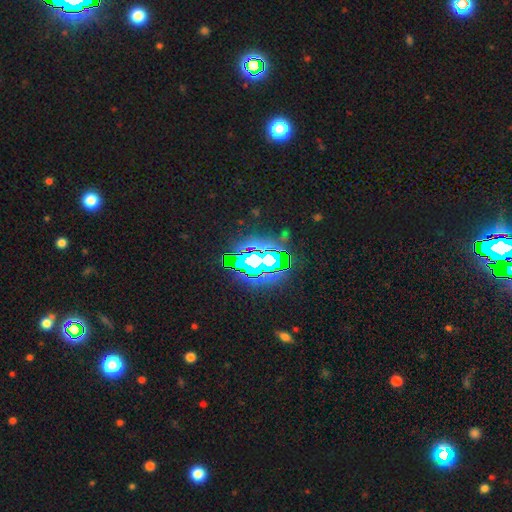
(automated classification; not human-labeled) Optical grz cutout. It shows a star or artifact, not a galaxy (72%).